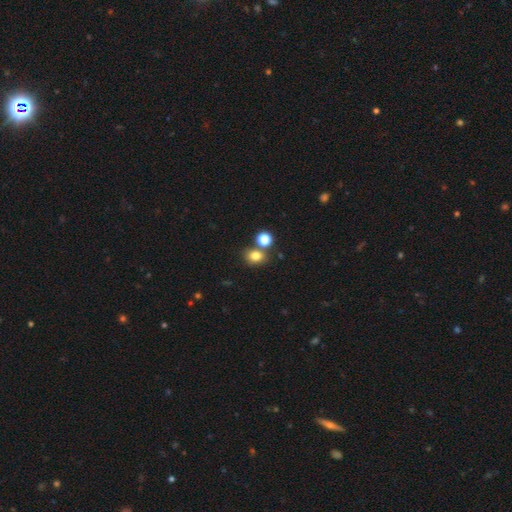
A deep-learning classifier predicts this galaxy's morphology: A smooth galaxy with no disk features (79%) that is round (55%).

Vote fractions:
- Smooth or featured? smooth: 79% / star or artifact: 14% / featured or disk: 7%
- How rounded? round: 55% / in between: 44% / cigar-shaped: 1%
- Merging? none: 64% / merger: 22% / minor disturbance: 11% / major disturbance: 4%